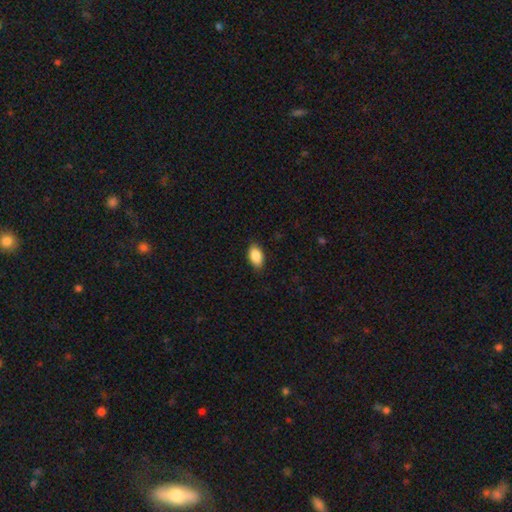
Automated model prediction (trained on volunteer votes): Smooth or featured? smooth (87%)
How rounded? in between (92%)
Merging? none (85%)